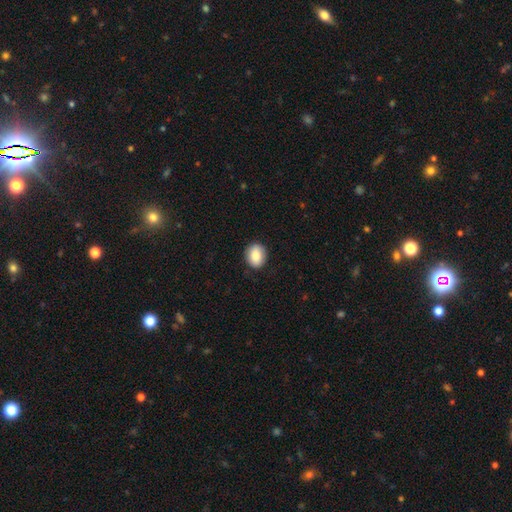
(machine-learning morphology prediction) The model was most divided on "how rounded": in between: 53%, round: 46%, cigar-shaped: 1%. More confident: merging — none (86%); smooth or featured — smooth (86%).